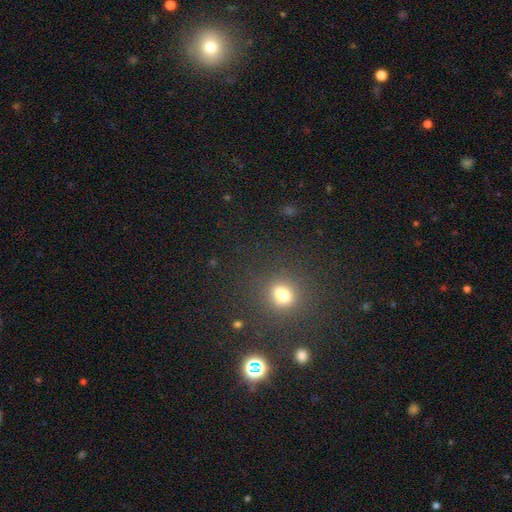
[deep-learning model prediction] The model was most divided on "smooth or featured": smooth: 55%, star or artifact: 39%, featured or disk: 6%. More confident: how rounded — round (93%); merging — none (89%).